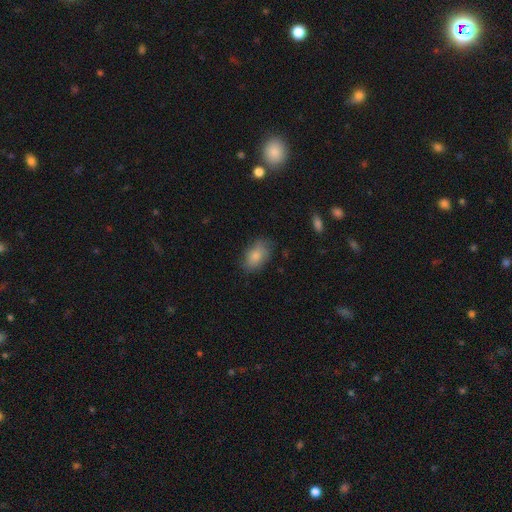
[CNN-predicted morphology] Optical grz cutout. It shows a smooth galaxy with no disk features (83%) that is in between round and cigar-shaped (89%). Merging: none (73%).